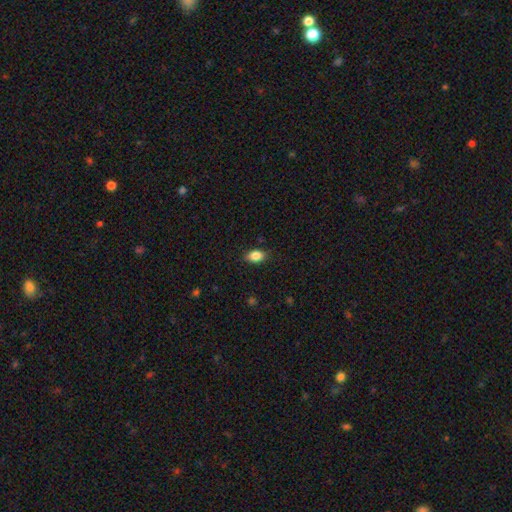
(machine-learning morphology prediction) This is clearly a smooth galaxy (86%). How rounded: clearly in between (86%). Merging: clearly none (86%).